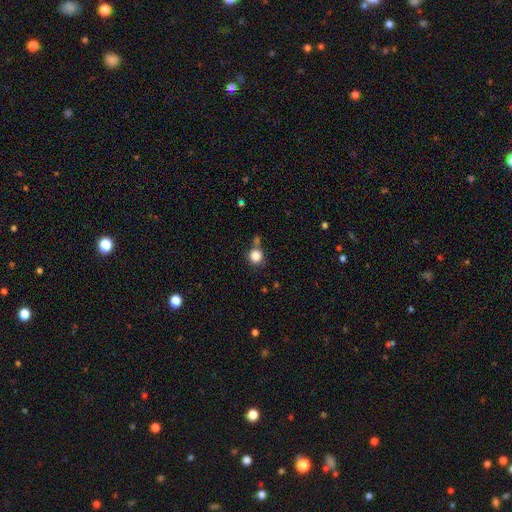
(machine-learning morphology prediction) The model was most divided on "merging": none: 64%, merger: 17%, minor disturbance: 14%, major disturbance: 5%. More confident: how rounded — round (90%); smooth or featured — smooth (85%).